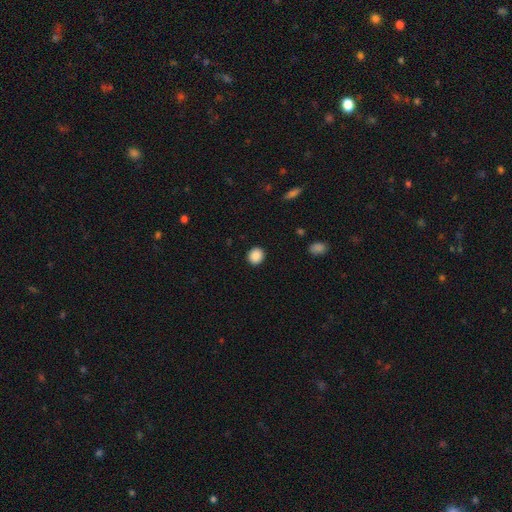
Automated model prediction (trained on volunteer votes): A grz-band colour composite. It shows a smooth galaxy with no disk features (89%) that is round (83%). Merging: none (92%).